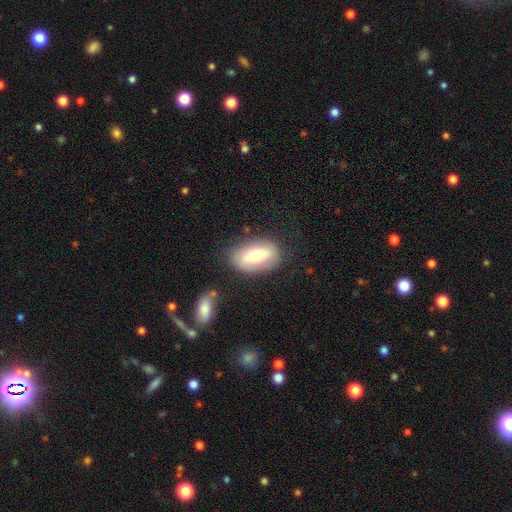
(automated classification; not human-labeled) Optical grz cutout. It shows a smooth galaxy with no disk features (67%) that is in between round and cigar-shaped (91%). Merging: none (75%).